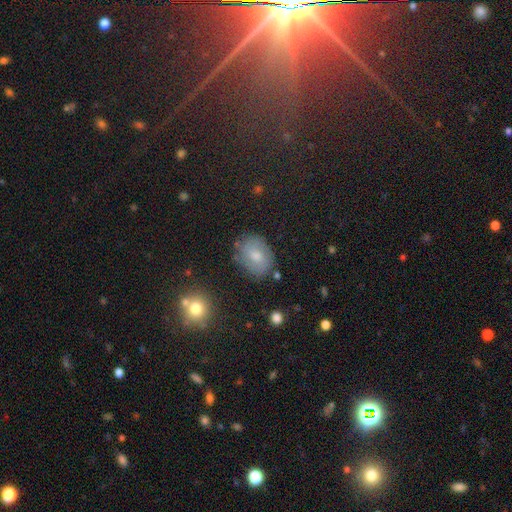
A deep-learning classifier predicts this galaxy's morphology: smooth-or-featured: smooth: 62% | featured or disk: 28% | star or artifact: 11%
  how-rounded: in between: 65% | round: 34% | cigar-shaped: 1%
  merging: none: 74% | minor disturbance: 18% | major disturbance: 5% | merger: 3%